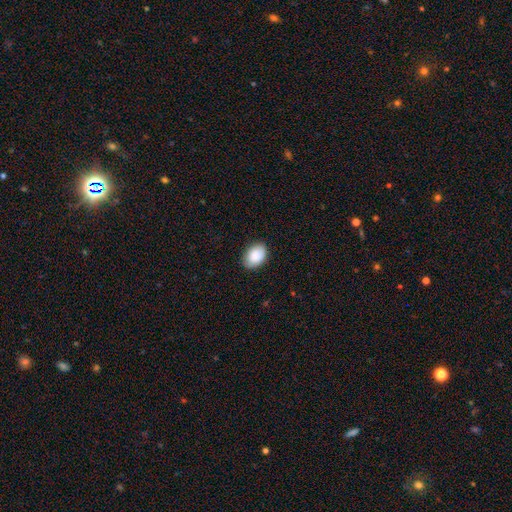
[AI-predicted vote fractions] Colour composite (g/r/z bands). It shows a smooth galaxy with no disk features (88%) that is in between round and cigar-shaped (82%). Merging: none (83%).